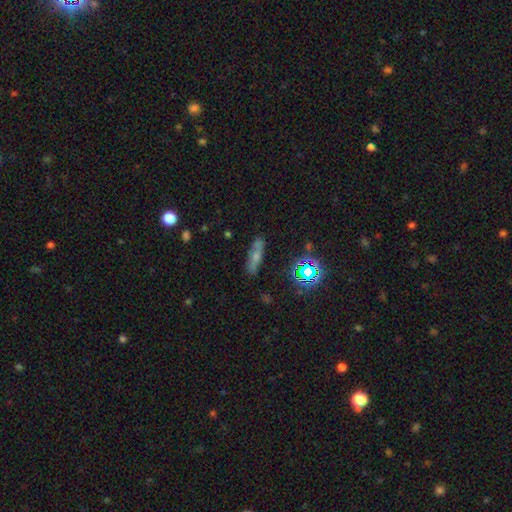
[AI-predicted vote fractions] A smooth galaxy with no disk features (52%) that is cigar-shaped (56%).

Vote fractions:
- Smooth or featured? smooth: 52% / featured or disk: 29% / star or artifact: 20%
- How rounded? cigar-shaped: 56% / in between: 38% / round: 7%
- Merging? none: 76% / minor disturbance: 16% / merger: 4% / major disturbance: 4%